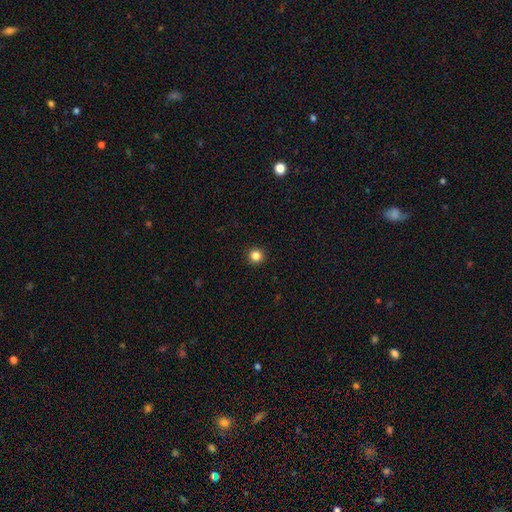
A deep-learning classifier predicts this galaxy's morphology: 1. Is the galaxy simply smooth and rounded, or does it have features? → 85% smooth, 12% star or artifact, 4% featured or disk.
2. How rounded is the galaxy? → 95% round, 4% in between, 1% cigar-shaped.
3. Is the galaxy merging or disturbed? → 94% none, 4% minor disturbance, 1% major disturbance, 1% merger.